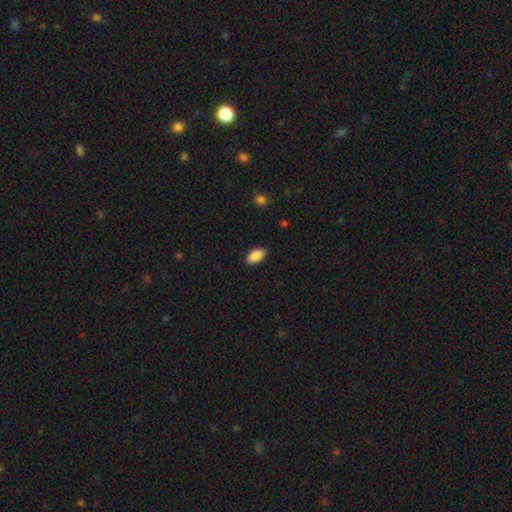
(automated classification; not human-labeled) A smooth galaxy with no disk features (90%) that is in between round and cigar-shaped (93%).

Vote fractions:
- Smooth or featured? smooth: 90% / star or artifact: 7% / featured or disk: 4%
- How rounded? in between: 93% / cigar-shaped: 4% / round: 3%
- Merging? none: 88% / minor disturbance: 9% / major disturbance: 2% / merger: 1%